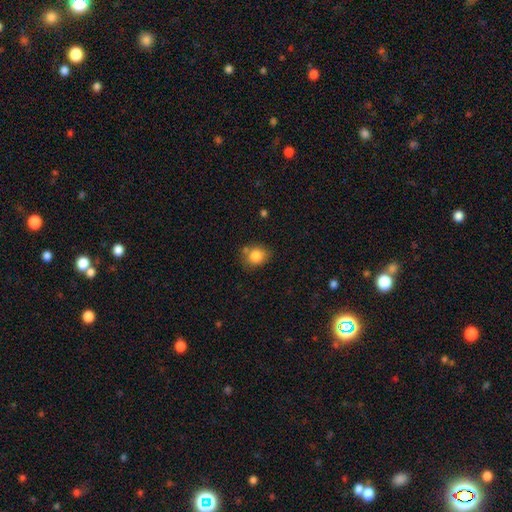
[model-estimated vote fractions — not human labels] smooth 84%, star or artifact 9%, featured or disk 7%. Down the decision tree: how rounded — round (69%); merging — none (65%).